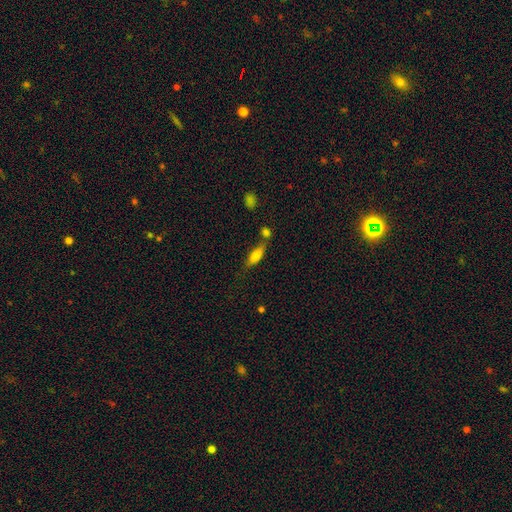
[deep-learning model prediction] Morphology: type=smooth (73%); roundness=in between (55%); merging=none (58%).